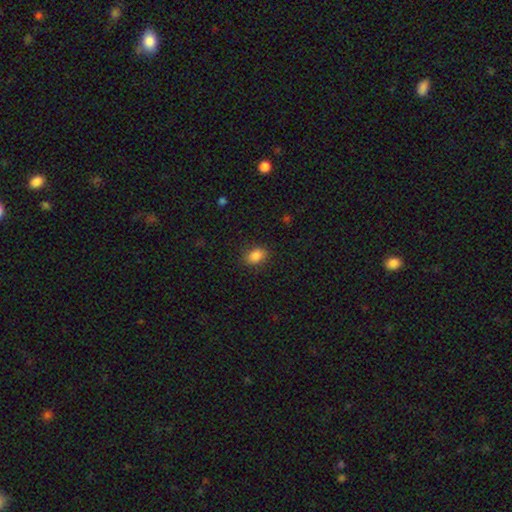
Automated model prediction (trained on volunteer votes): smooth_or_featured: smooth (p=0.86) [alt: star or artifact p=0.09]
how_rounded: in between (p=0.75) [alt: round p=0.23]
merging: none (p=0.84) [alt: minor disturbance p=0.11]